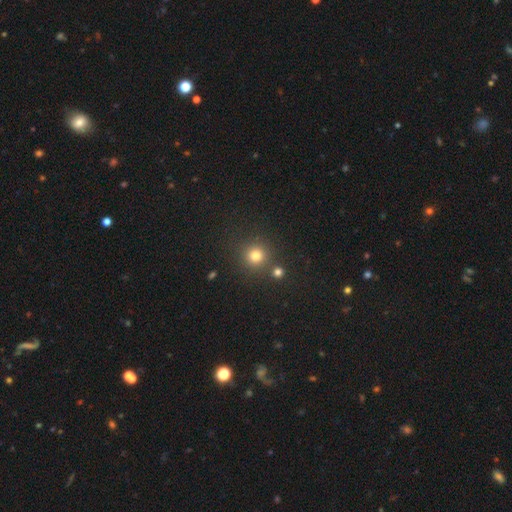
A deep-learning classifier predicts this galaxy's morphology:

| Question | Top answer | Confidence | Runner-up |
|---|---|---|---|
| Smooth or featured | smooth | 79% | star or artifact (16%) |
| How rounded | round | 93% | in between (6%) |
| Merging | none | 81% | merger (9%) |